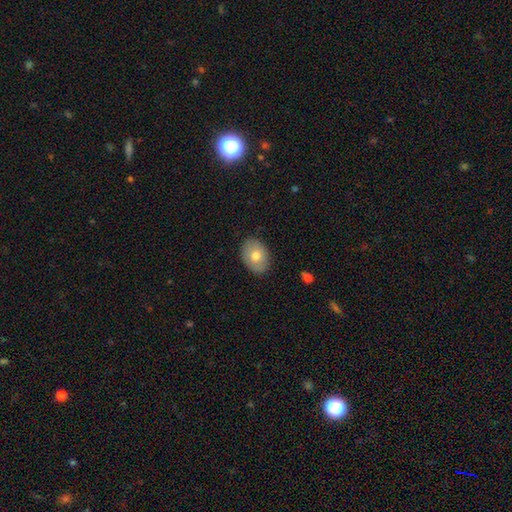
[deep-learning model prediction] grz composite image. It shows a smooth galaxy with no disk features (73%) that is in between round and cigar-shaped (76%). Merging: none (86%).